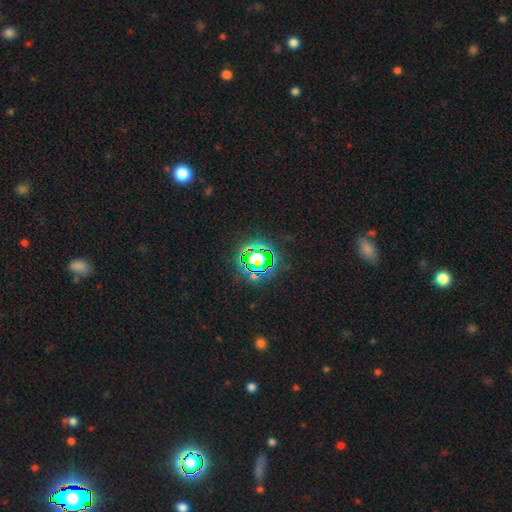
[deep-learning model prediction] smooth_or_featured: star or artifact (p=0.73) [alt: smooth p=0.16]